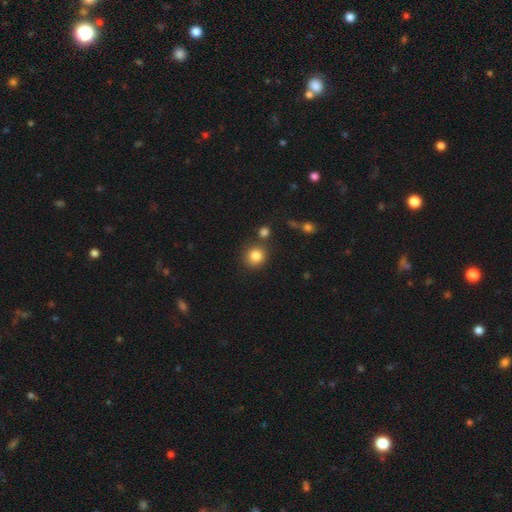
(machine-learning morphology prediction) Smooth or featured? Predicted: smooth (p=0.84). How rounded? Predicted: round (p=0.84). Merging? Predicted: none (p=0.77).